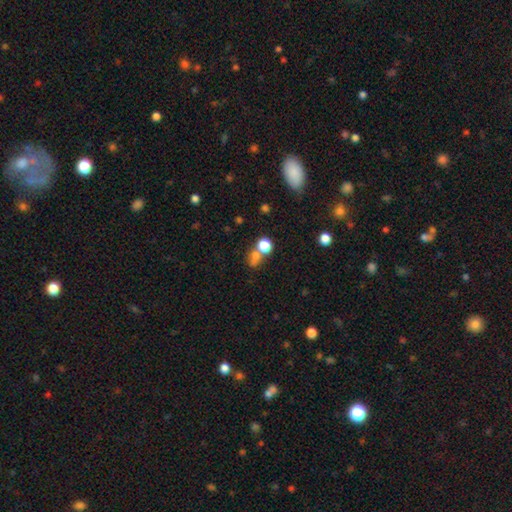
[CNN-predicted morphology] A smooth galaxy with no disk features (70%) that is round (68%).

Vote fractions:
- Smooth or featured? smooth: 70% / star or artifact: 20% / featured or disk: 10%
- How rounded? round: 68% / in between: 30% / cigar-shaped: 2%
- Merging? none: 43% / merger: 40% / minor disturbance: 10% / major disturbance: 7%